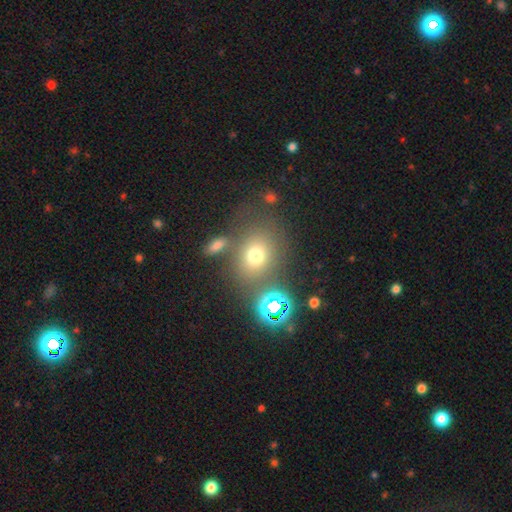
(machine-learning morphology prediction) The model was most divided on "how rounded": round: 61%, in between: 38%, cigar-shaped: 1%. More confident: smooth or featured — smooth (68%); merging — none (63%).